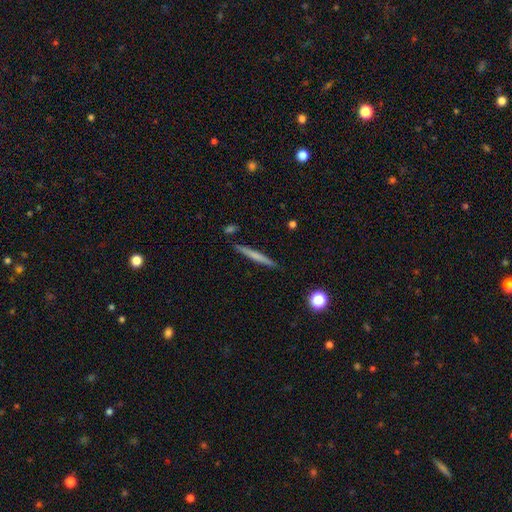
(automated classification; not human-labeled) A smooth galaxy with no disk features (58%) that is cigar-shaped (96%). Merging: none (89%).